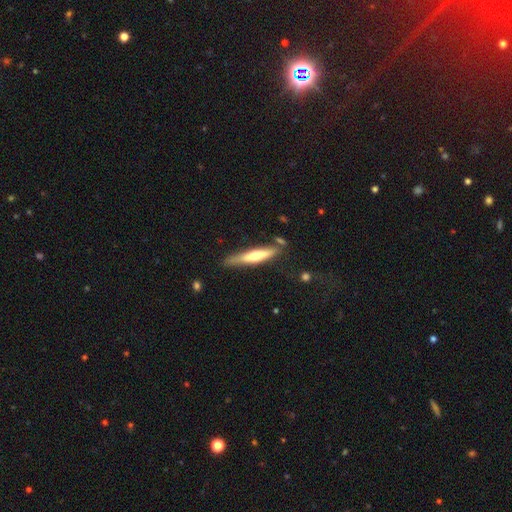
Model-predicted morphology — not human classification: Smooth or featured: smooth — 49% (featured or disk — 45%)
Merging: none — 72% (minor disturbance — 18%)